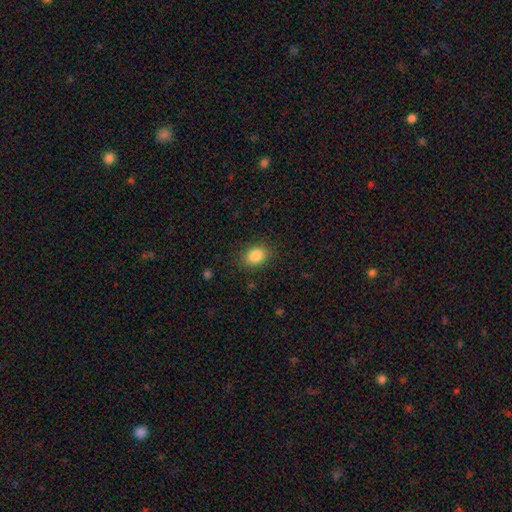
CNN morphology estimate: Smooth or featured? Predicted: smooth (p=0.85). How rounded? Predicted: in between (p=0.71). Merging? Predicted: none (p=0.86).